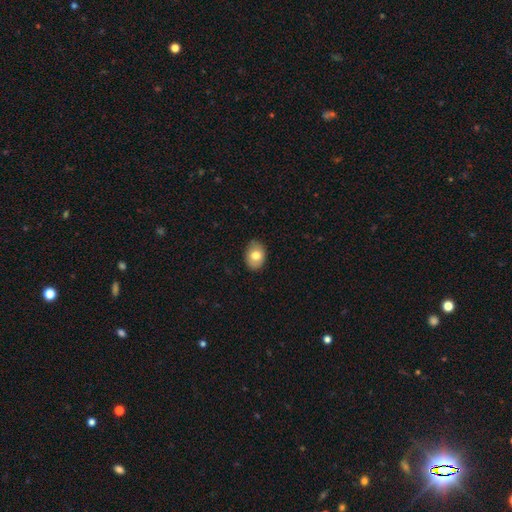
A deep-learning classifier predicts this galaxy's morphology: Overall: smooth (76%). How rounded: in between (74%). Merging: none (85%).